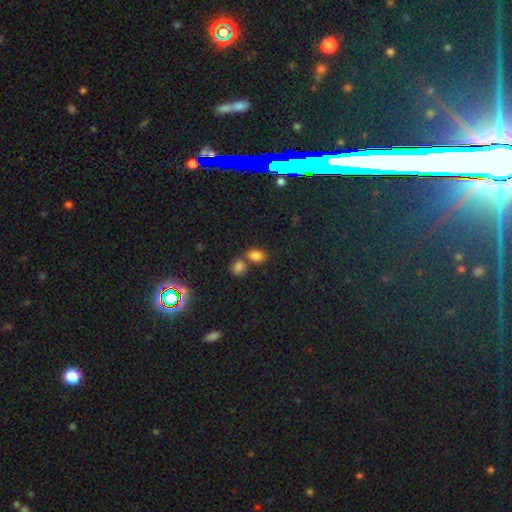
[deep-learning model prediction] smooth 81%, star or artifact 12%, featured or disk 6%. Down the decision tree: how rounded — in between (72%); merging — none (52%).